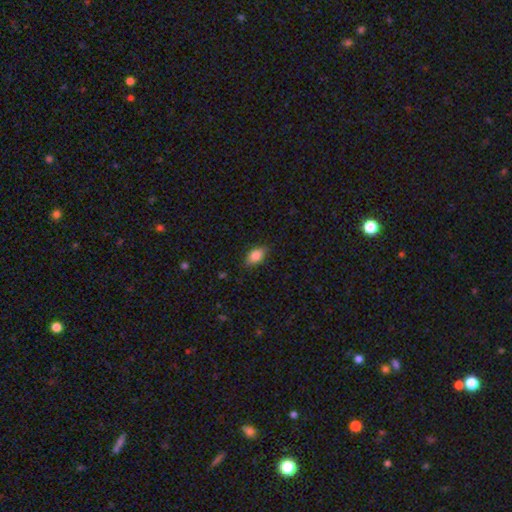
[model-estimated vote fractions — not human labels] Smooth or featured? smooth (84%)
How rounded? in between (88%)
Merging? none (84%)